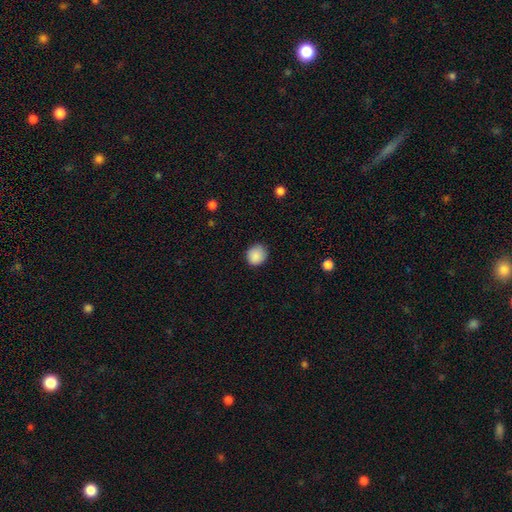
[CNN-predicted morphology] Q: Smooth or featured?
A: smooth (88%); runner-up: star or artifact (8%)
Q: How rounded?
A: round (82%); runner-up: in between (17%)
Q: Merging?
A: none (84%); runner-up: minor disturbance (12%)